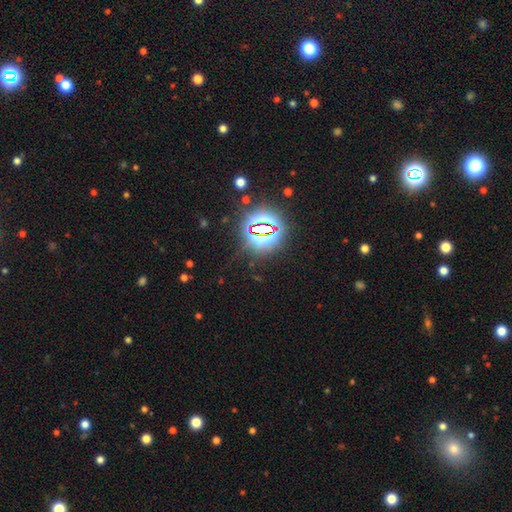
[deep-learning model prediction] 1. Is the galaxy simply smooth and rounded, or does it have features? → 85% star or artifact, 9% smooth, 6% featured or disk.